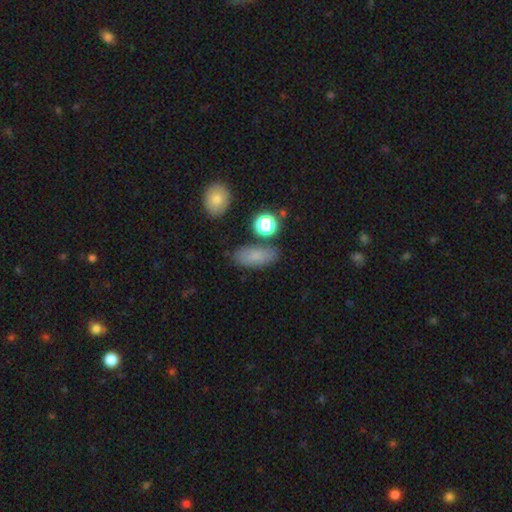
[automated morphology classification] type=smooth (78%); roundness=in between (80%); merging=none (78%).